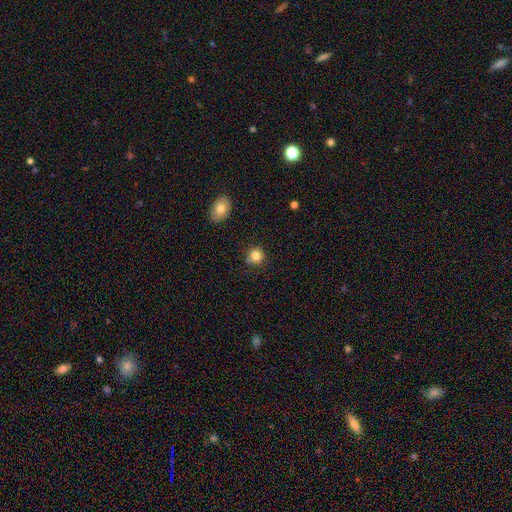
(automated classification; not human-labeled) Morphology: type=smooth (83%); roundness=round (89%); merging=none (80%).